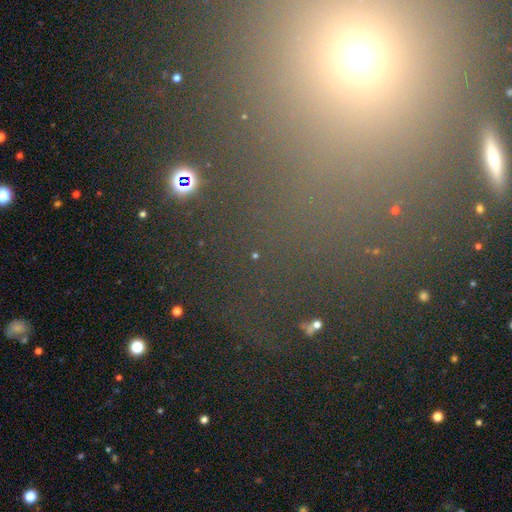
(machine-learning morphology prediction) Smooth or featured? Predicted: star or artifact (p=0.70).